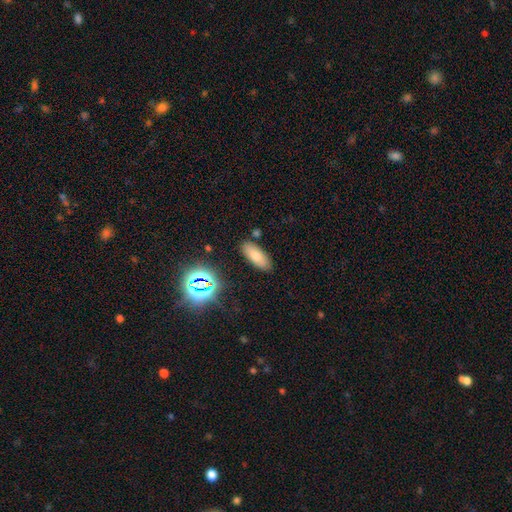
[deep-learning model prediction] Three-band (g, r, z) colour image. It shows a smooth galaxy with no disk features (75%) that is in between round and cigar-shaped (76%). Merging: none (84%).